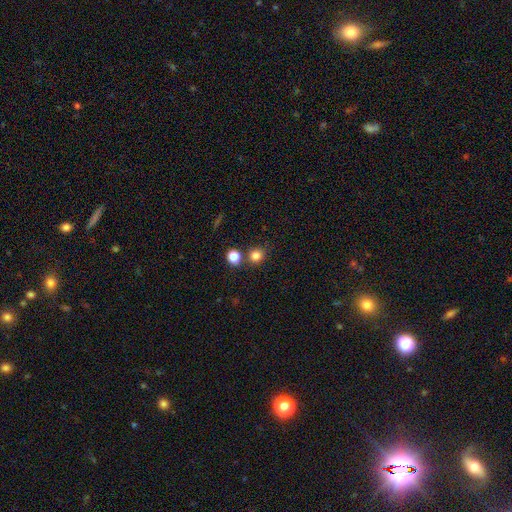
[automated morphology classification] This is clearly a smooth galaxy (81%). How rounded: clearly round (86%). Merging: likely none (73%).